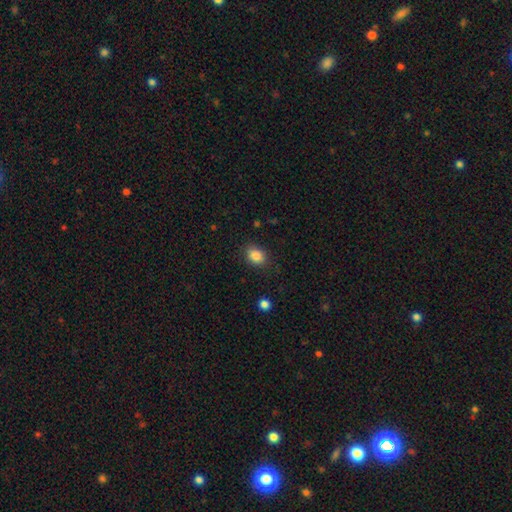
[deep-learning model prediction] A smooth galaxy with no disk features (86%) that is in between round and cigar-shaped (58%).

Vote fractions:
- Smooth or featured? smooth: 86% / star or artifact: 10% / featured or disk: 5%
- How rounded? in between: 58% / round: 41% / cigar-shaped: 1%
- Merging? none: 83% / minor disturbance: 12% / major disturbance: 3% / merger: 1%